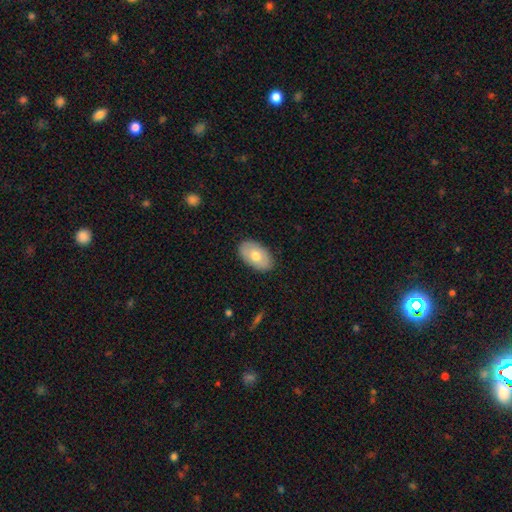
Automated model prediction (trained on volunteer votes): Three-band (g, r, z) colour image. It shows a smooth galaxy with no disk features (69%) that is in between round and cigar-shaped (93%). Merging: none (87%).